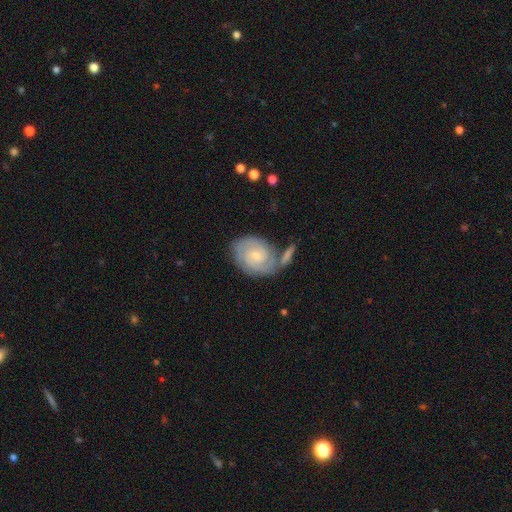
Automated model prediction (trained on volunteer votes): Smooth or featured? featured or disk (82%)
Edge-on disk? no (97%)
Bar? no (65%)
Spiral arms? yes (96%)
Spiral winding? tight (70%)
Spiral arm count? 2 (60%)
Bulge size? small (69%)
Merging? none (60%)